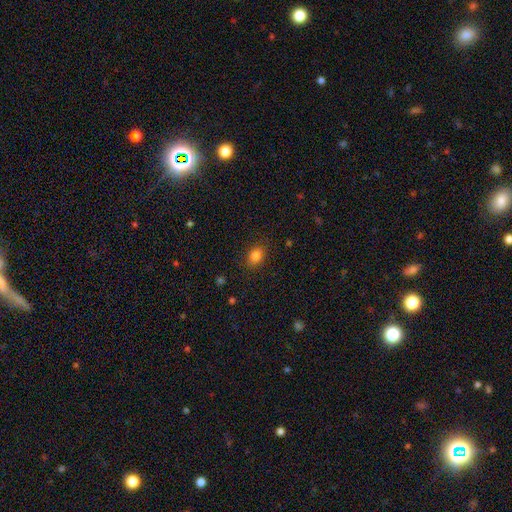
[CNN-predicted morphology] This appears to be a smooth galaxy with no disk features (84%) that is in between round and cigar-shaped (66%). Merging: none (87%).